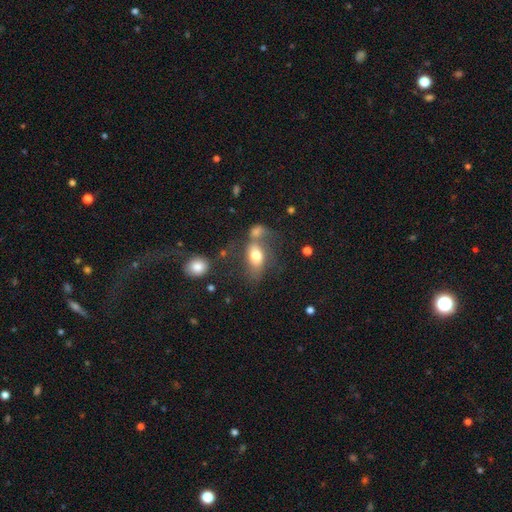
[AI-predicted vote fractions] The model was most divided on "merging": merger: 36%, none: 34%, minor disturbance: 17%, major disturbance: 14%. More confident: how rounded — in between (85%); smooth or featured — smooth (70%).